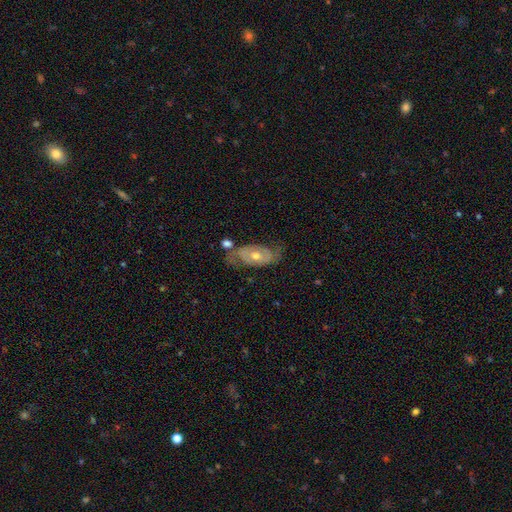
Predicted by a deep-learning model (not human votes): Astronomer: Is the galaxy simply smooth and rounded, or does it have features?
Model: featured or disk — 73%.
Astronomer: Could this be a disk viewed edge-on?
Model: no — 92%.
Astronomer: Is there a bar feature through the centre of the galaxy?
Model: no — 70%.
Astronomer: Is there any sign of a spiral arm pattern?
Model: yes — 74%.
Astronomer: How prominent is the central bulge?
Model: moderate — 70%.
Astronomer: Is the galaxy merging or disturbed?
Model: none — 60%.